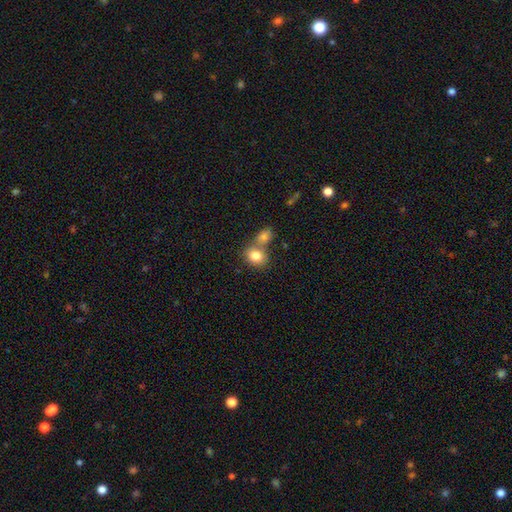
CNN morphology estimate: This appears to be a smooth galaxy with no disk features (82%) that is round (52%). Merging: none (44%).